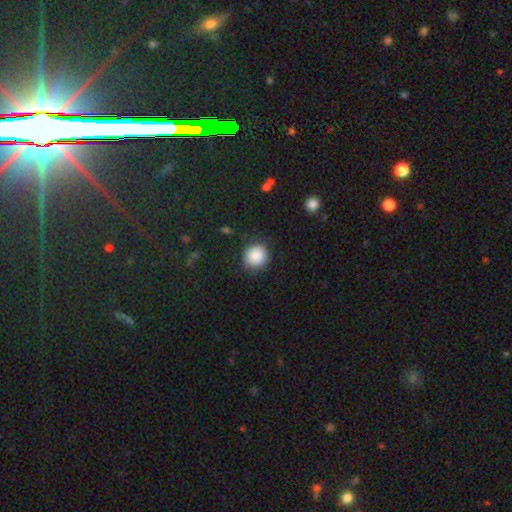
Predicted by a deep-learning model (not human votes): This is clearly a smooth galaxy (85%). How rounded: clearly round (90%). Merging: clearly none (82%).